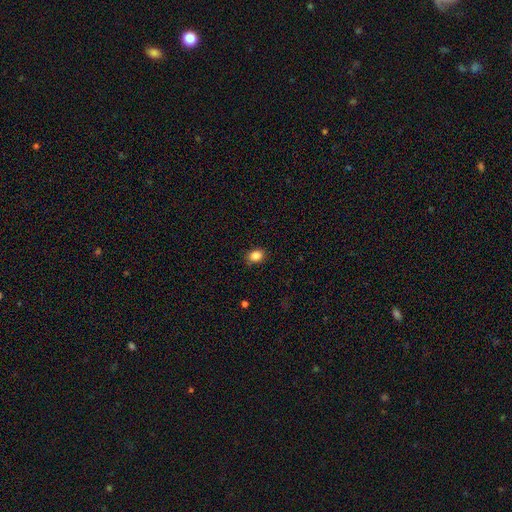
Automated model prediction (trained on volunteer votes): This is clearly a smooth galaxy (86%). How rounded: possibly in between (56%). Merging: clearly none (86%).